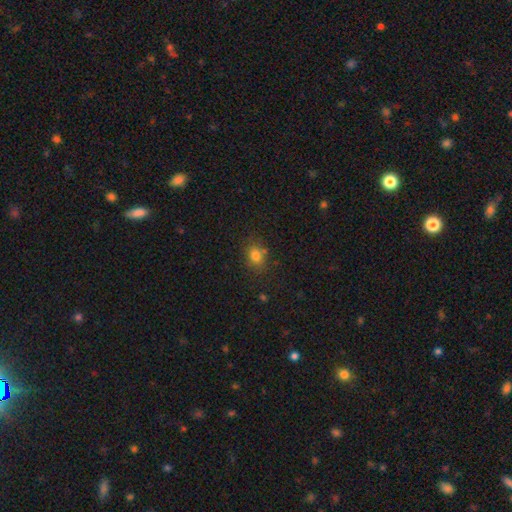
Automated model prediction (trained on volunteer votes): This appears to be a smooth galaxy with no disk features (79%) that is in between round and cigar-shaped (57%). Merging: none (74%).